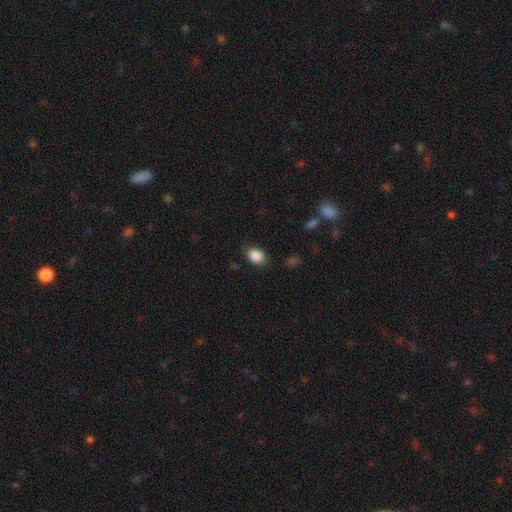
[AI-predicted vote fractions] A smooth galaxy with no disk features (87%) that is in between round and cigar-shaped (71%).

Vote fractions:
- Smooth or featured? smooth: 87% / star or artifact: 8% / featured or disk: 4%
- How rounded? in between: 71% / round: 28% / cigar-shaped: 1%
- Merging? none: 82% / minor disturbance: 13% / major disturbance: 3% / merger: 1%